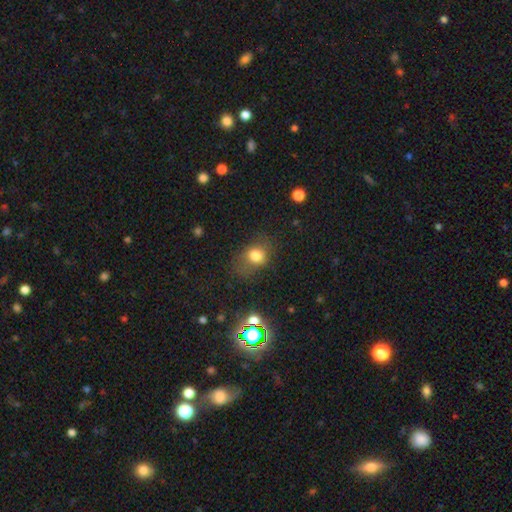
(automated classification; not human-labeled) Smooth or featured?
  - smooth: 74% *
  - star or artifact: 15%
  - featured or disk: 11%
How rounded?
  - round: 52% *
  - in between: 47%
  - cigar-shaped: 1%
Merging?
  - none: 55% *
  - minor disturbance: 24%
  - major disturbance: 18%
  - merger: 3%